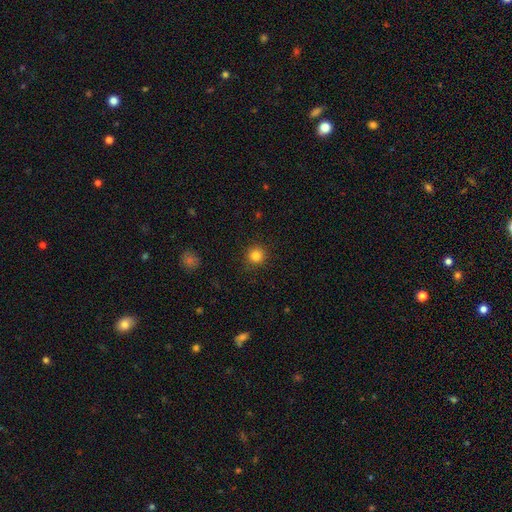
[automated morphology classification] smooth_or_featured: smooth (p=0.84) [alt: star or artifact p=0.12]
how_rounded: round (p=0.94) [alt: in between p=0.05]
merging: none (p=0.90) [alt: minor disturbance p=0.06]